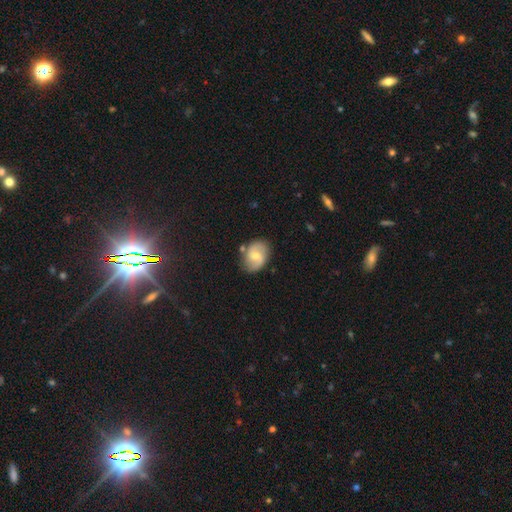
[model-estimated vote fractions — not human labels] smooth-or-featured: featured or disk: 67% | smooth: 27% | star or artifact: 7%
  disk-edge-on: no: 97% | yes: 3%
    bar: weak: 51% | no: 39% | strong: 10%
    has-spiral-arms: yes: 91% | no: 9%
      spiral-winding: medium: 47% | loose: 33% | tight: 20%
      spiral-arm-count: 2: 89% | can't tell: 6% | 1: 2% | 3: 1% | 4: 1% | more than 4: 1%
    bulge-size: small: 47% | moderate: 46% | none: 3% | large: 2% | dominant: 1%
  merging: none: 77% | minor disturbance: 15% | merger: 4% | major disturbance: 4%